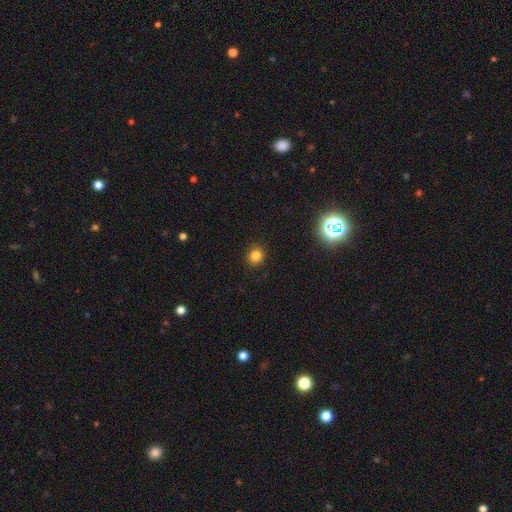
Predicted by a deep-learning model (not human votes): smooth-or-featured: smooth: 81% | star or artifact: 14% | featured or disk: 5%
  how-rounded: round: 87% | in between: 12% | cigar-shaped: 1%
  merging: none: 90% | minor disturbance: 7% | major disturbance: 2% | merger: 1%